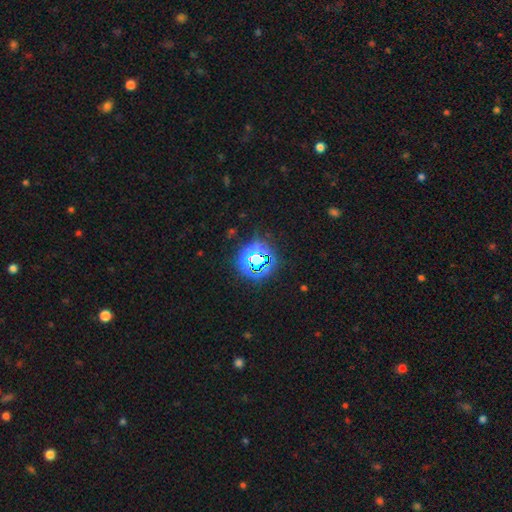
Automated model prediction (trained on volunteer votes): A star or artifact, not a galaxy (73%).